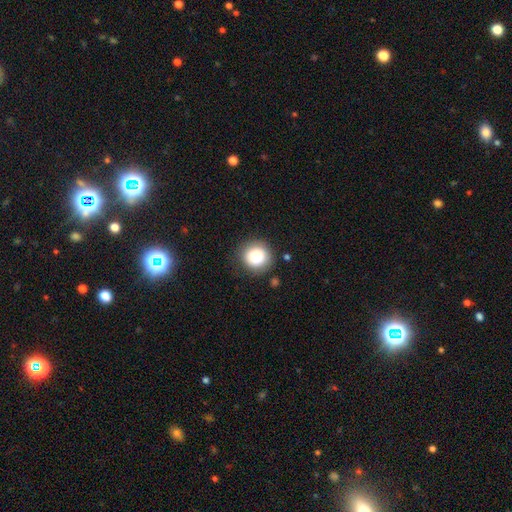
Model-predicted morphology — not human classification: The model was most divided on "smooth or featured": smooth: 84%, star or artifact: 9%, featured or disk: 7%. More confident: how rounded — round (91%); merging — none (85%).